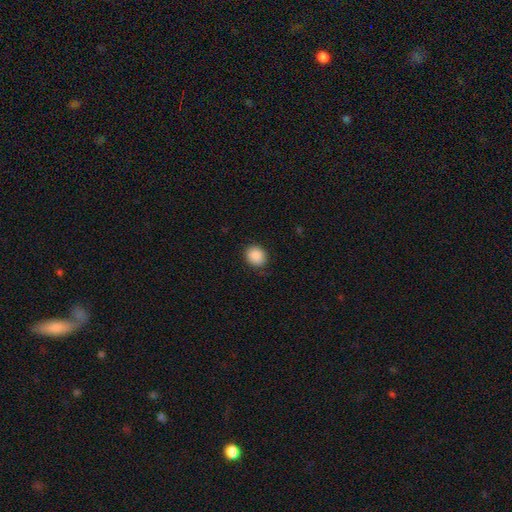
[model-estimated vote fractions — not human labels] smooth-or-featured: smooth: 89% | star or artifact: 8% | featured or disk: 3%
  how-rounded: round: 65% | in between: 35% | cigar-shaped: 1%
  merging: none: 85% | minor disturbance: 11% | major disturbance: 3% | merger: 1%